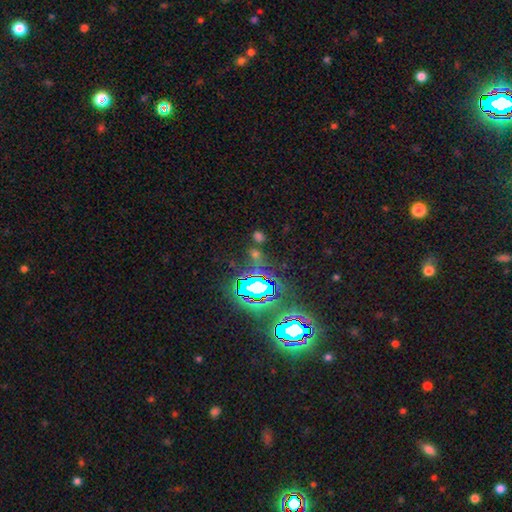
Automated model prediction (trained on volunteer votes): Smooth or featured? Predicted: star or artifact (p=0.70).